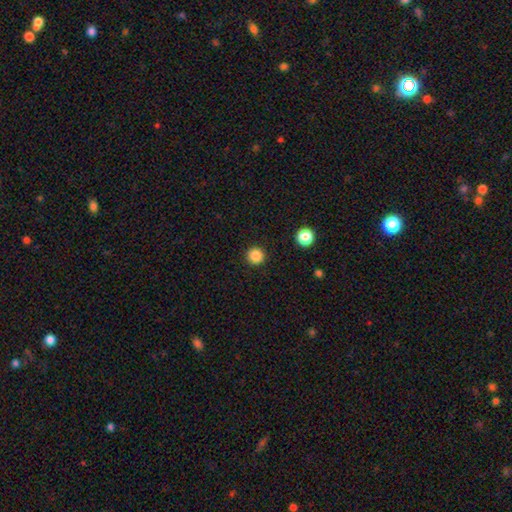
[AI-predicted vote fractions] smooth_or_featured: smooth (p=0.86) [alt: star or artifact p=0.11]
how_rounded: round (p=0.96) [alt: in between p=0.03]
merging: none (p=0.93) [alt: minor disturbance p=0.04]